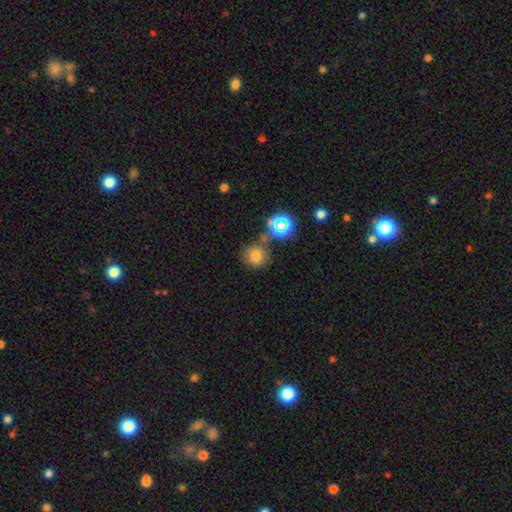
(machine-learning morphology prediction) A smooth galaxy with no disk features (72%) that is round (87%). Merging: none (65%).